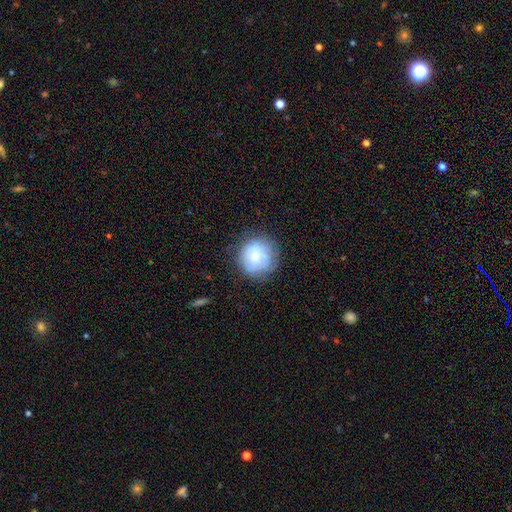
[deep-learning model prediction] smooth_or_featured: smooth (p=0.68) [alt: featured or disk p=0.23]
how_rounded: round (p=0.92) [alt: in between p=0.07]
merging: none (p=0.72) [alt: minor disturbance p=0.19]